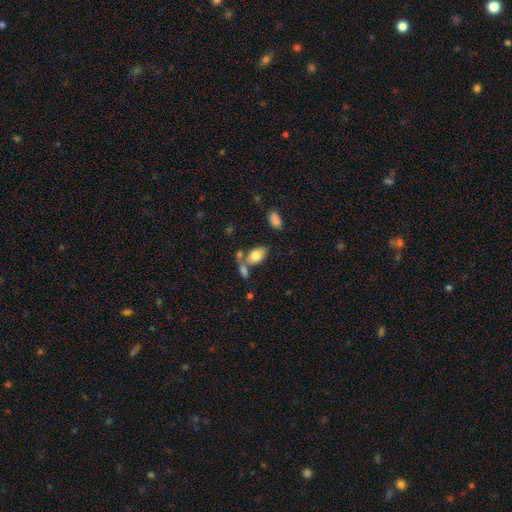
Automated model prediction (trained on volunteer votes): Smooth or featured? Predicted: smooth (p=0.79). How rounded? Predicted: in between (p=0.91). Merging? Predicted: none (p=0.52).